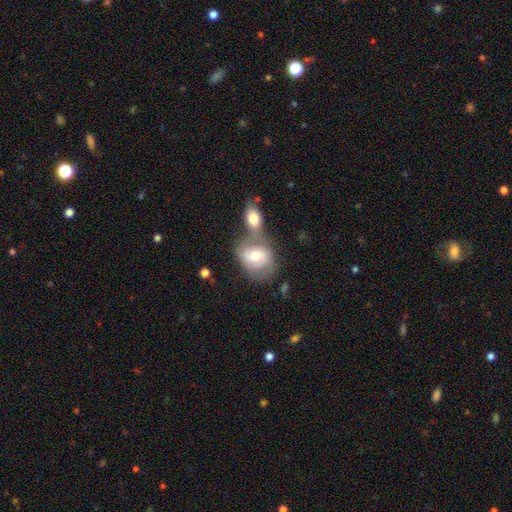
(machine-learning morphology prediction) This appears to be a smooth galaxy with no disk features (47%). Merging: merger (48%).